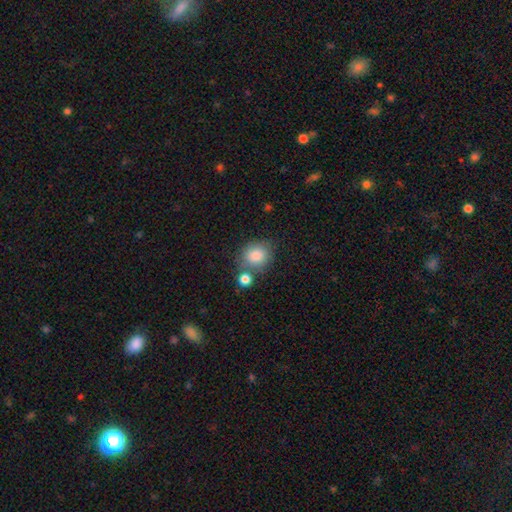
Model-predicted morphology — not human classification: Smooth or featured? smooth (85%)
How rounded? round (73%)
Merging? none (62%)